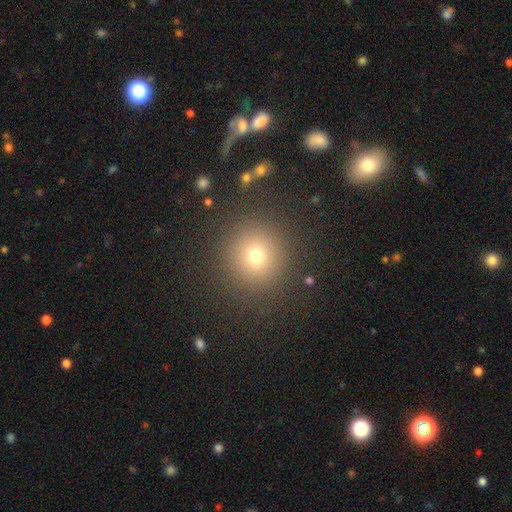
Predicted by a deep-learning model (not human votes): This is likely a smooth galaxy (72%). How rounded: clearly round (94%). Merging: clearly none (89%).